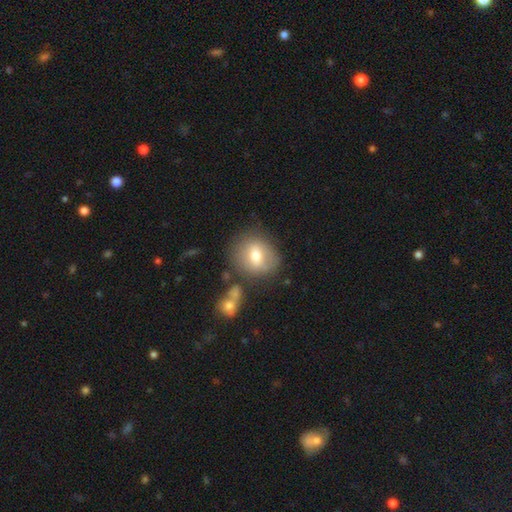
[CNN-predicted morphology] A smooth galaxy with no disk features (66%) that is round (76%).

Vote fractions:
- Smooth or featured? smooth: 66% / featured or disk: 26% / star or artifact: 9%
- How rounded? round: 76% / in between: 23% / cigar-shaped: 1%
- Merging? none: 71% / minor disturbance: 15% / merger: 8% / major disturbance: 6%